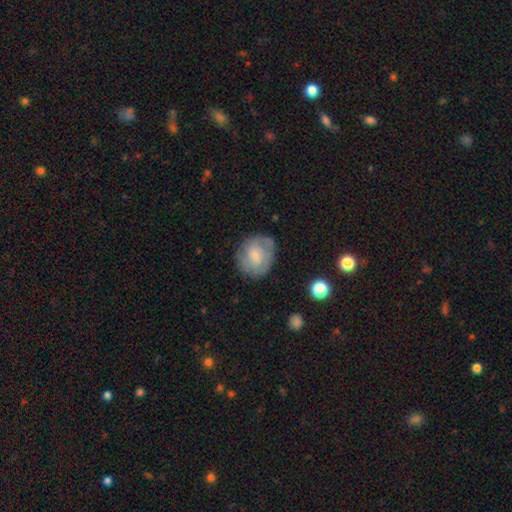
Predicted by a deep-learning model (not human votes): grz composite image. It shows a smooth galaxy with no disk features (48%). Merging: none (72%).